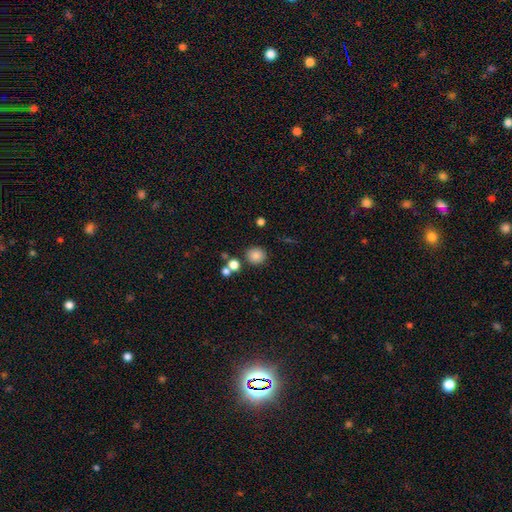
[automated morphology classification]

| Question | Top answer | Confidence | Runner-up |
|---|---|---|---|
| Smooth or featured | smooth | 82% | star or artifact (12%) |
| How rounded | round | 88% | in between (11%) |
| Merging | none | 80% | minor disturbance (9%) |